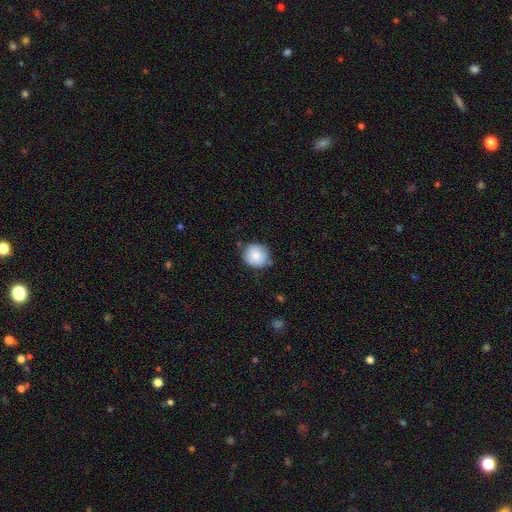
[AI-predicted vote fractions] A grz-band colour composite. It shows a smooth galaxy with no disk features (83%) that is round (85%). Merging: none (79%).